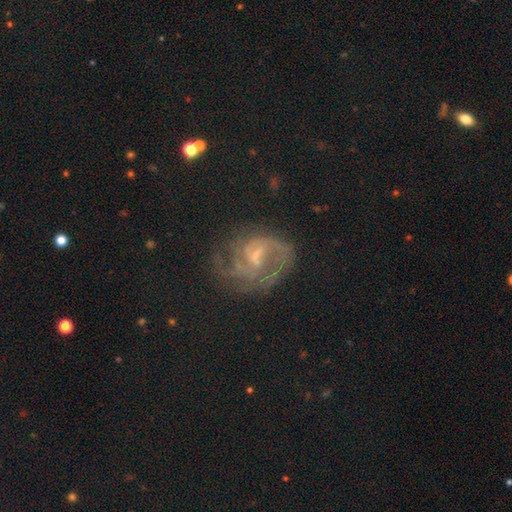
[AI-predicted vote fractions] Q: Smooth or featured?
A: featured or disk (78%); runner-up: star or artifact (12%)
Q: Edge-on disk?
A: no (98%); runner-up: yes (2%)
Q: Bar?
A: weak (57%); runner-up: no (29%)
Q: Spiral arms?
A: yes (92%); runner-up: no (8%)
Q: Spiral winding?
A: medium (47%); runner-up: tight (38%)
Q: Spiral arm count?
A: 2 (36%); runner-up: can't tell (26%)
Q: Bulge size?
A: small (55%); runner-up: moderate (26%)
Q: Merging?
A: none (61%); runner-up: minor disturbance (19%)